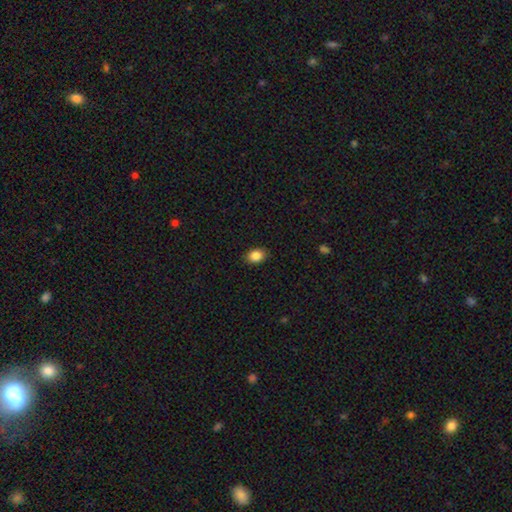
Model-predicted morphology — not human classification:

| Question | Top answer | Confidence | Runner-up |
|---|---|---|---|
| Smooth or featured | smooth | 87% | star or artifact (9%) |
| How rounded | in between | 69% | round (30%) |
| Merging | none | 89% | minor disturbance (8%) |